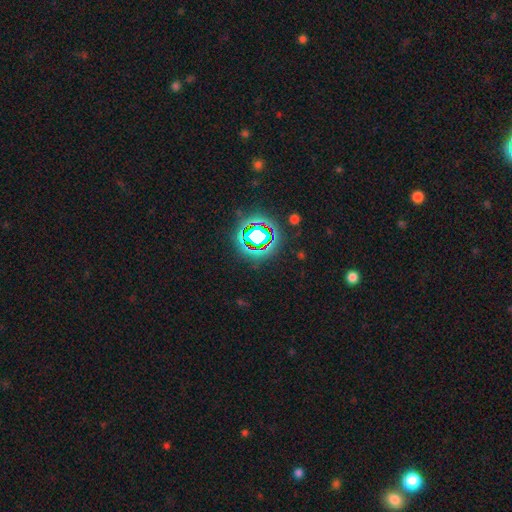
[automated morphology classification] This appears to be a star or artifact, not a galaxy (81%).